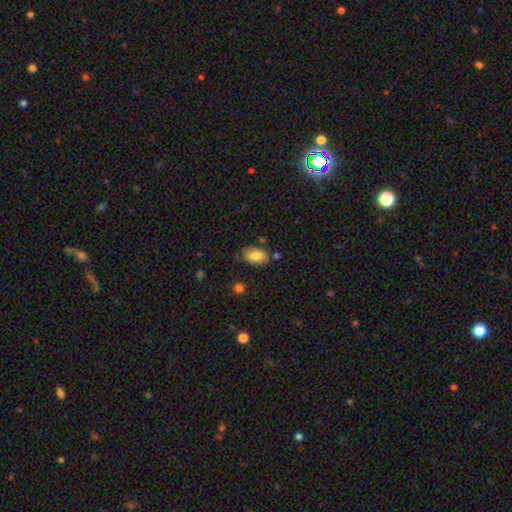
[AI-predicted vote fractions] Morphology: type=smooth (81%); roundness=in between (92%); merging=none (74%).